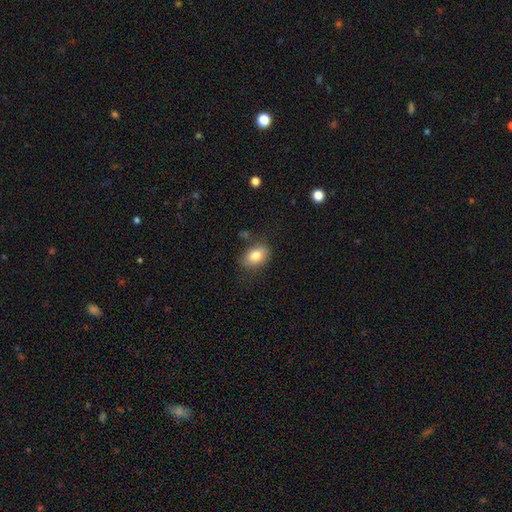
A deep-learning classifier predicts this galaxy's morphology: smooth_or_featured: smooth (p=0.81) [alt: featured or disk p=0.11]
how_rounded: in between (p=0.82) [alt: round p=0.17]
merging: none (p=0.77) [alt: minor disturbance p=0.16]